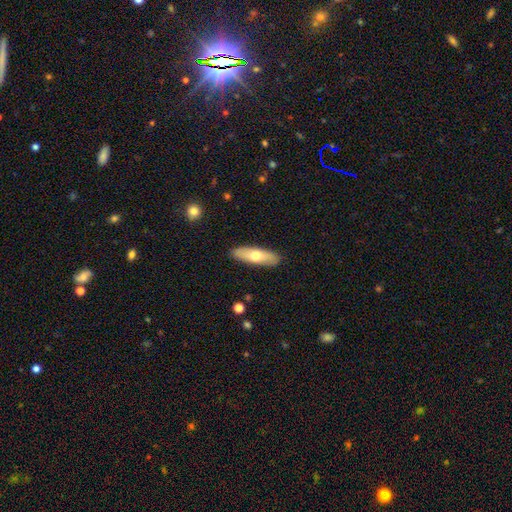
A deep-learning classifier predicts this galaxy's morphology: The model was most divided on "how rounded": cigar-shaped: 52%, in between: 46%, round: 2%. More confident: merging — none (88%); smooth or featured — smooth (63%).